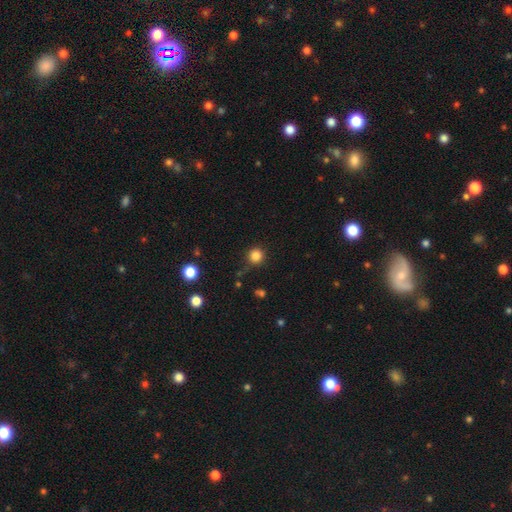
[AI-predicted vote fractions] smooth 84%, star or artifact 13%, featured or disk 4%. Down the decision tree: how rounded — round (95%); merging — none (84%).